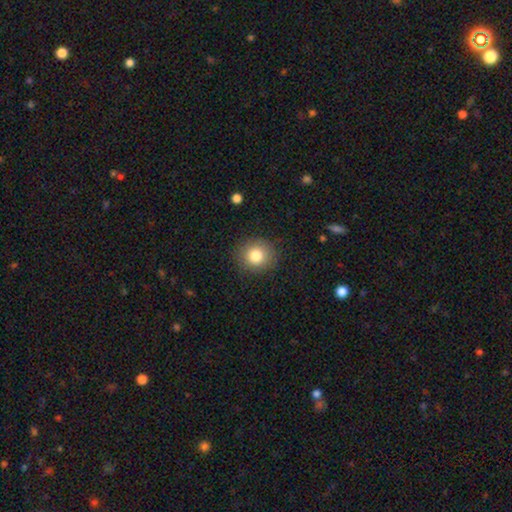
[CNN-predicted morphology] Smooth or featured: smooth — 81% (star or artifact — 10%)
How rounded: round — 87% (in between — 12%)
Merging: none — 88% (minor disturbance — 8%)